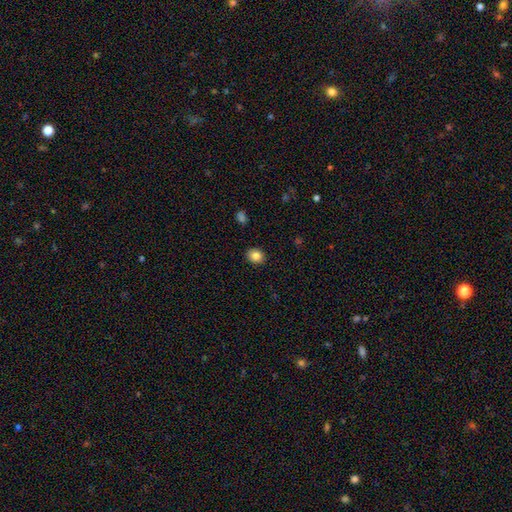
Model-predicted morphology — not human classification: This appears to be a smooth galaxy with no disk features (85%) that is round (59%). Merging: none (89%).